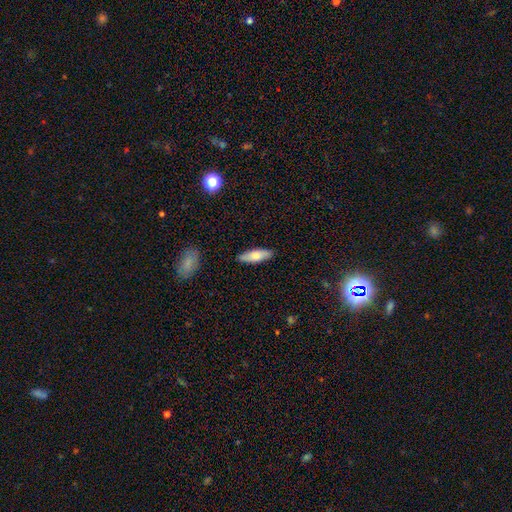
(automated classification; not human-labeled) Q: Smooth or featured?
A: smooth (74%); runner-up: featured or disk (20%)
Q: How rounded?
A: in between (50%); runner-up: cigar-shaped (48%)
Q: Merging?
A: none (89%); runner-up: minor disturbance (8%)